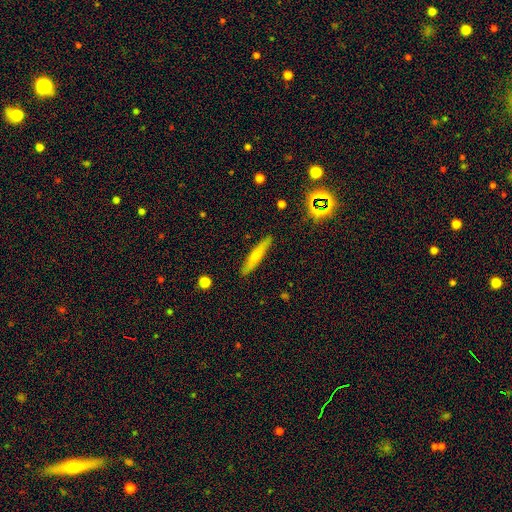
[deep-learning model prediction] Smooth or featured?
  - smooth: 53% *
  - featured or disk: 38%
  - star or artifact: 9%
How rounded?
  - cigar-shaped: 91% *
  - in between: 7%
  - round: 2%
Merging?
  - none: 88% *
  - minor disturbance: 9%
  - major disturbance: 2%
  - merger: 1%